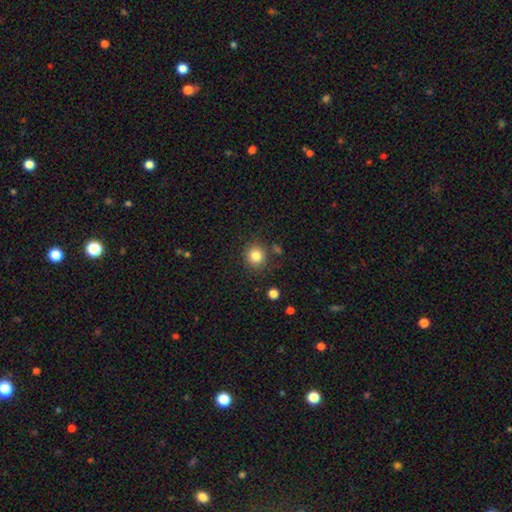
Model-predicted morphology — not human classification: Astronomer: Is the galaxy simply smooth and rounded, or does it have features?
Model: smooth — 83%.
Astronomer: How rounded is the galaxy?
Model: round — 89%.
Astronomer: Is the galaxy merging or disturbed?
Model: none — 85%.